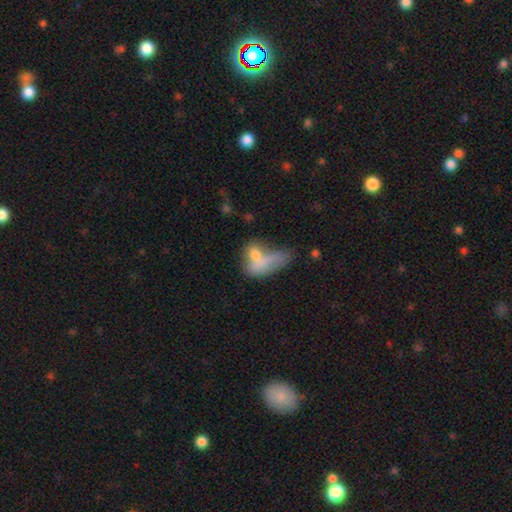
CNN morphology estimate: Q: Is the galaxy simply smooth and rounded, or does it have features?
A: smooth — 66%.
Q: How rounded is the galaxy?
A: in between — 71%.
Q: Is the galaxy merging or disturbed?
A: merger — 41%.